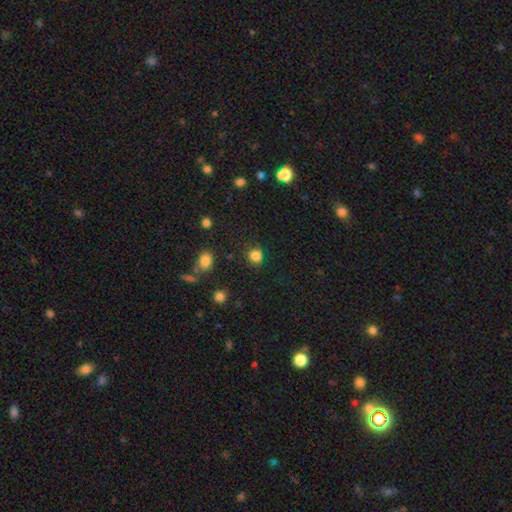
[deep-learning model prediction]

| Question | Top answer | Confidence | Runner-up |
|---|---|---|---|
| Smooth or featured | smooth | 81% | star or artifact (14%) |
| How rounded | round | 83% | in between (16%) |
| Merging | none | 80% | minor disturbance (13%) |